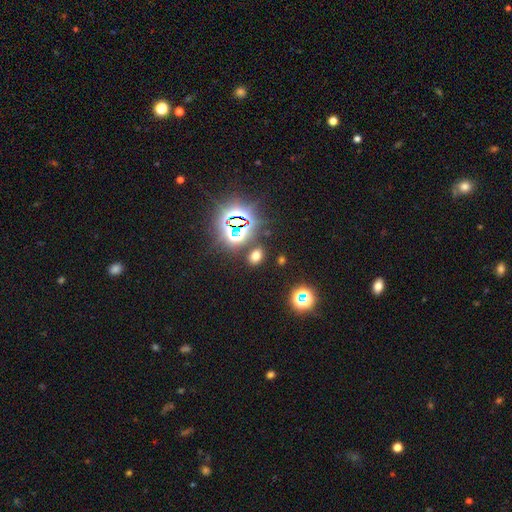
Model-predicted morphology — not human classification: Overall: smooth (57%; star or artifact 35%). How rounded: in between (71%). Merging: none (83%).